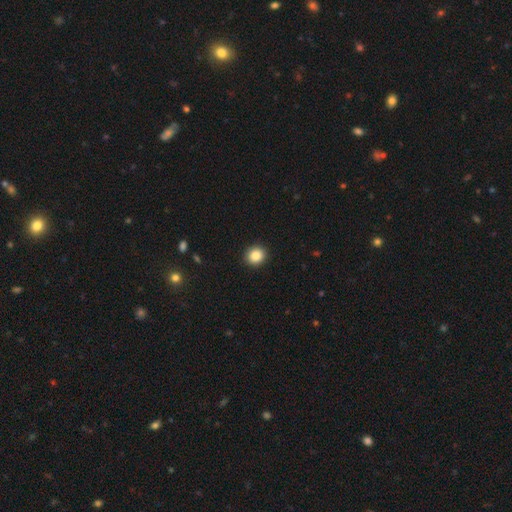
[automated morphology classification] smooth_or_featured: smooth (p=0.87) [alt: star or artifact p=0.09]
how_rounded: round (p=0.78) [alt: in between p=0.21]
merging: none (p=0.92) [alt: minor disturbance p=0.05]